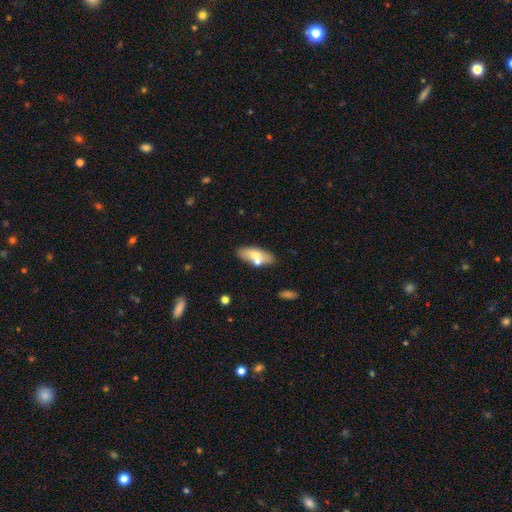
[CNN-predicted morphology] smooth_or_featured: smooth (p=0.67) [alt: featured or disk p=0.26]
how_rounded: in between (p=0.81) [alt: cigar-shaped p=0.16]
merging: none (p=0.69) [alt: minor disturbance p=0.14]